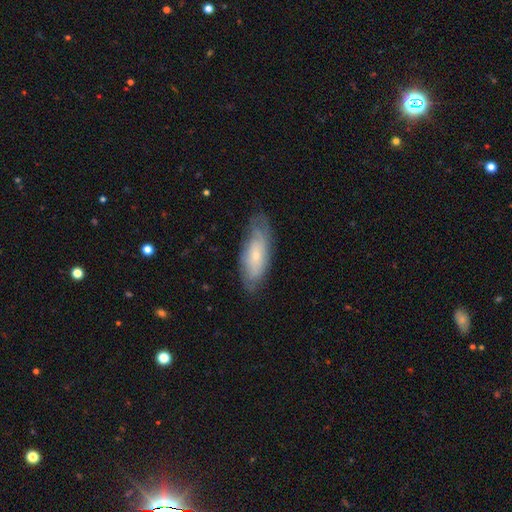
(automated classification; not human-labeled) Morphology: type=smooth (47%); merging=none (70%).